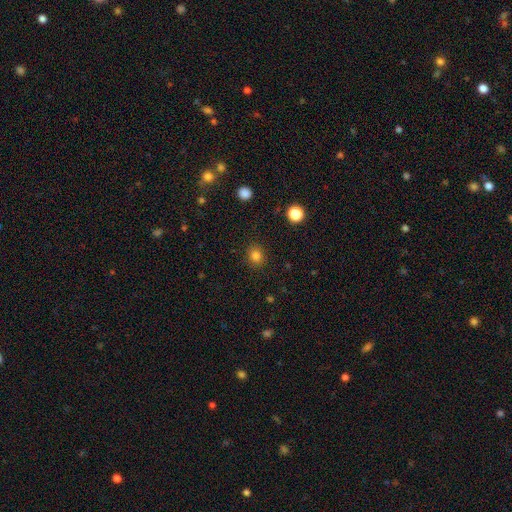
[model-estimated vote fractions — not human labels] Smooth or featured?
  - smooth: 82% *
  - star or artifact: 13%
  - featured or disk: 5%
How rounded?
  - round: 77% *
  - in between: 22%
  - cigar-shaped: 1%
Merging?
  - none: 89% *
  - minor disturbance: 7%
  - major disturbance: 2%
  - merger: 1%